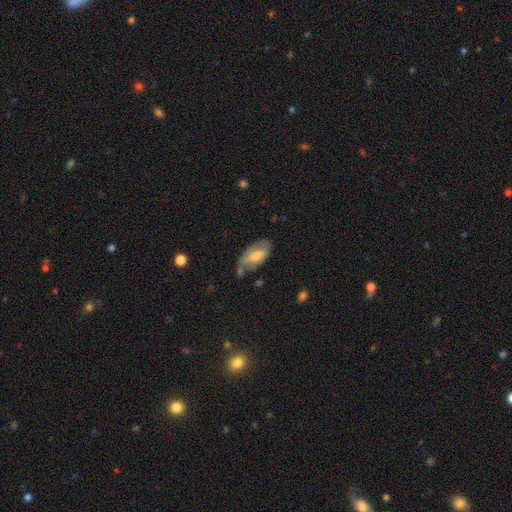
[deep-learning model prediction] Q: Smooth or featured?
A: smooth (48%); runner-up: featured or disk (46%)
Q: Merging?
A: none (56%); runner-up: minor disturbance (29%)